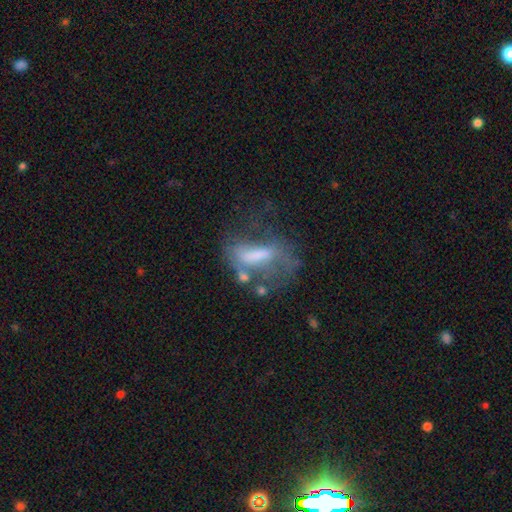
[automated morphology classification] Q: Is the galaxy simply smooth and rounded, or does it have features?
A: featured or disk — 50%.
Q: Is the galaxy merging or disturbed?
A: major disturbance — 40%.